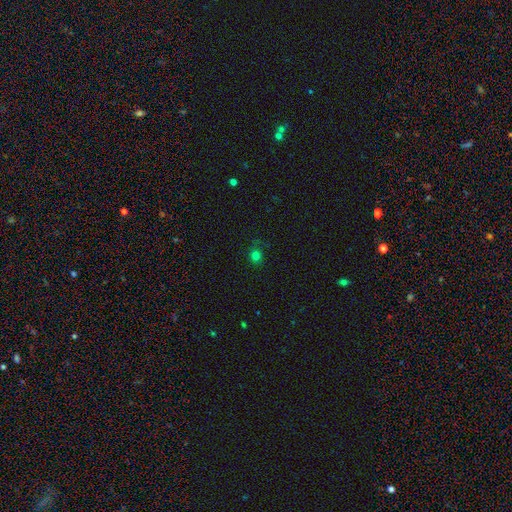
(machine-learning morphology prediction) The model was most divided on "smooth or featured": smooth: 76%, star or artifact: 19%, featured or disk: 5%. More confident: how rounded — round (84%); merging — none (79%).